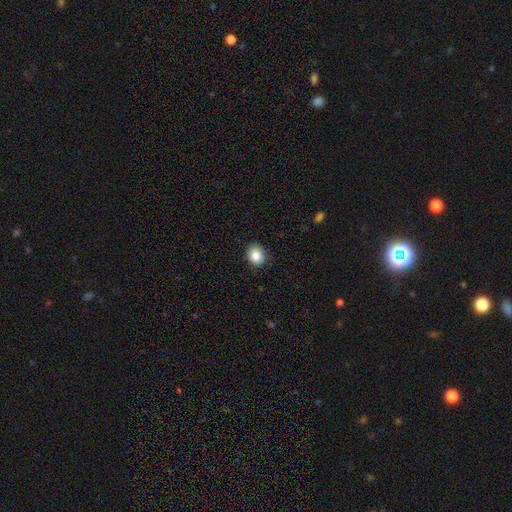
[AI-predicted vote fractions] Smooth or featured? smooth (86%)
How rounded? round (67%)
Merging? none (90%)